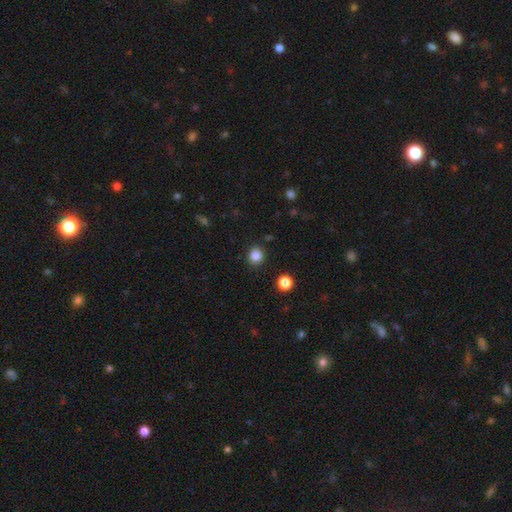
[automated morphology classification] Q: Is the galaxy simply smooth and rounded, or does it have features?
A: smooth — 85%.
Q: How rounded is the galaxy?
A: round — 86%.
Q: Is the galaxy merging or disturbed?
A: none — 89%.